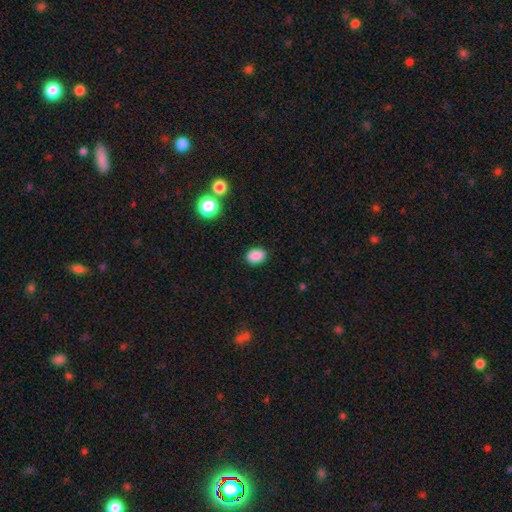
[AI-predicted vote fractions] A smooth galaxy with no disk features (88%) that is in between round and cigar-shaped (76%).

Vote fractions:
- Smooth or featured? smooth: 88% / star or artifact: 9% / featured or disk: 3%
- How rounded? in between: 76% / round: 23% / cigar-shaped: 1%
- Merging? none: 88% / minor disturbance: 9% / major disturbance: 2% / merger: 1%